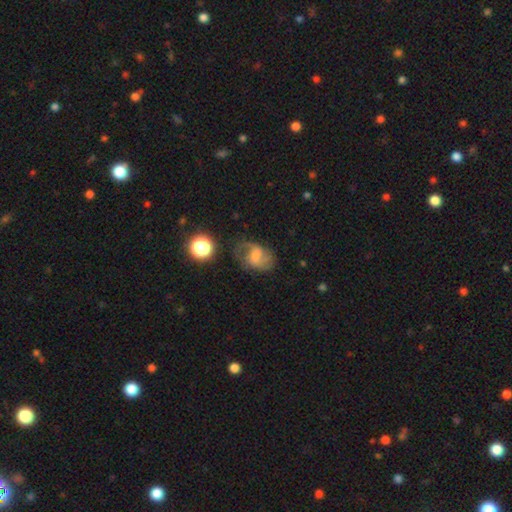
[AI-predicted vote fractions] Morphology: type=featured or disk (64%); edge-on=no (97%); bar=weak (53%); spiral arms=yes (87%); winding=loose (45%); arm count=2 (70%); bulge=small (37%); merging=none (57%).